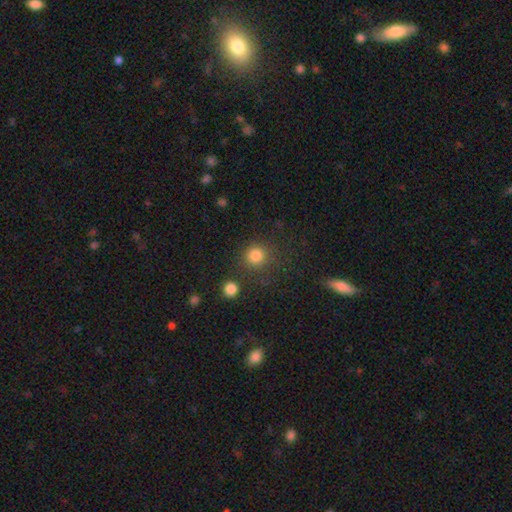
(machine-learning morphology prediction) Overall: smooth (83%). How rounded: round (92%). Merging: none (76%).